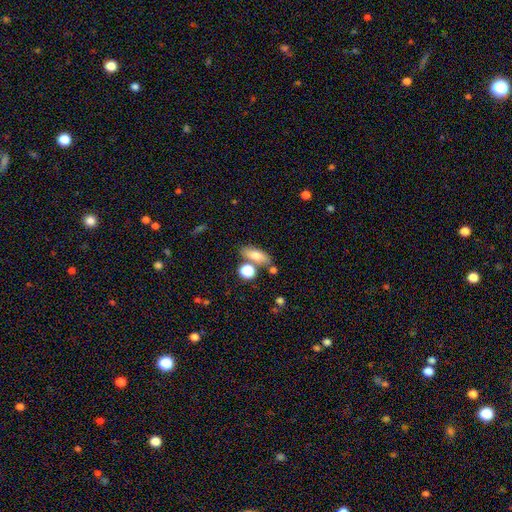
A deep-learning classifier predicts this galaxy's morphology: Overall: smooth (74%). How rounded: in between (67%). Merging: none (65%).